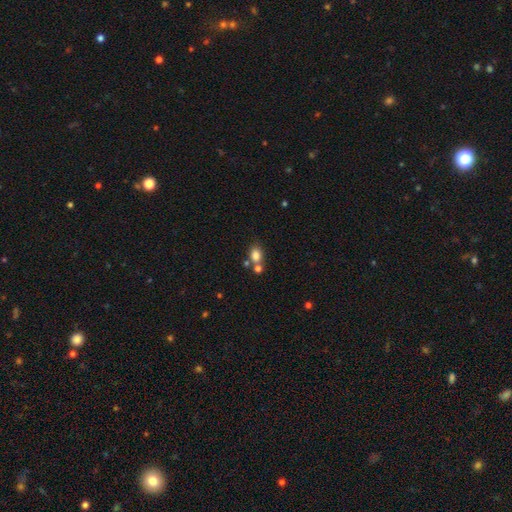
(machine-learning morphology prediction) Smooth or featured?
  - smooth: 81% *
  - star or artifact: 11%
  - featured or disk: 8%
How rounded?
  - in between: 63% *
  - round: 36%
  - cigar-shaped: 1%
Merging?
  - none: 54% *
  - merger: 30%
  - minor disturbance: 12%
  - major disturbance: 4%